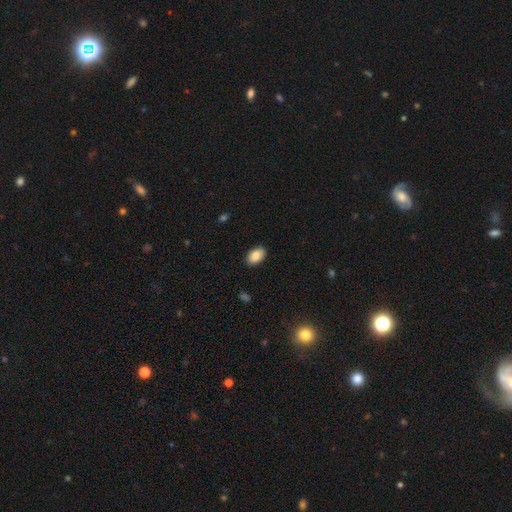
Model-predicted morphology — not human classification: Smooth or featured? Predicted: smooth (p=0.87). How rounded? Predicted: in between (p=0.93). Merging? Predicted: none (p=0.89).